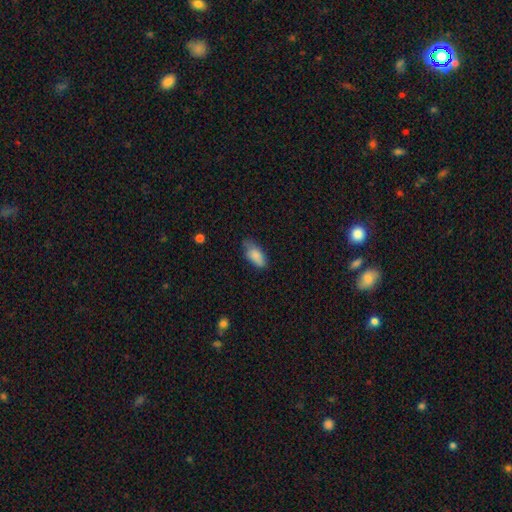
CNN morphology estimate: type=smooth (84%); roundness=in between (88%); merging=none (60%).